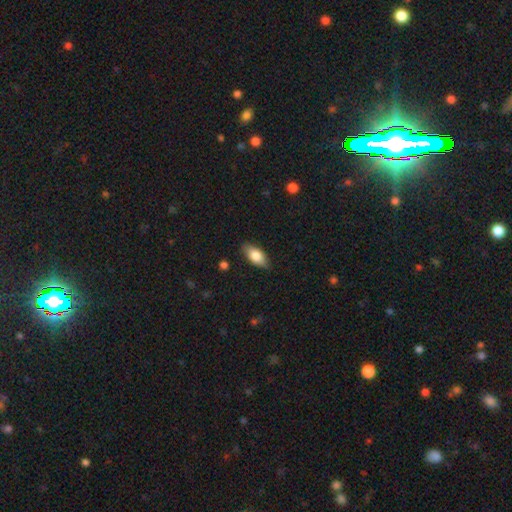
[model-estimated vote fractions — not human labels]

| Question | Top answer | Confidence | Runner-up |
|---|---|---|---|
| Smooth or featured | smooth | 76% | featured or disk (17%) |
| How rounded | in between | 87% | cigar-shaped (9%) |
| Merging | none | 84% | minor disturbance (12%) |